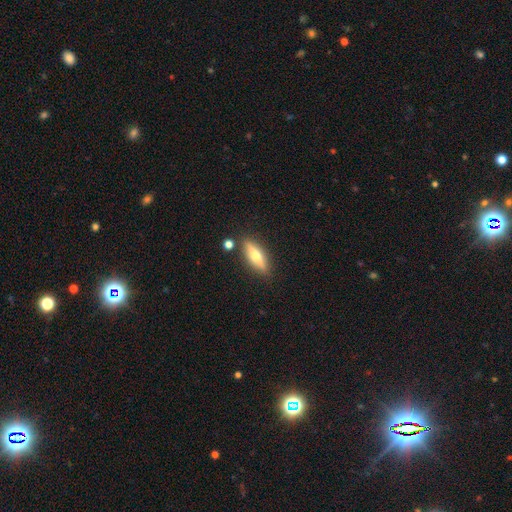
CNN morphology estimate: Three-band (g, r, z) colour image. It shows a featured or disk galaxy (48%). Merging: none (84%).